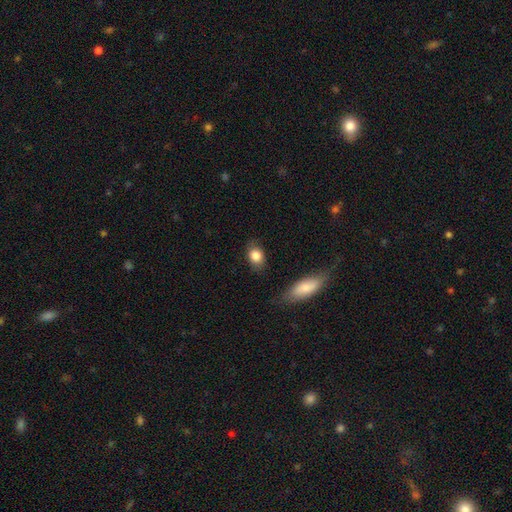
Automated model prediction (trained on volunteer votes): This appears to be a smooth galaxy with no disk features (84%) that is in between round and cigar-shaped (71%). Merging: none (75%).